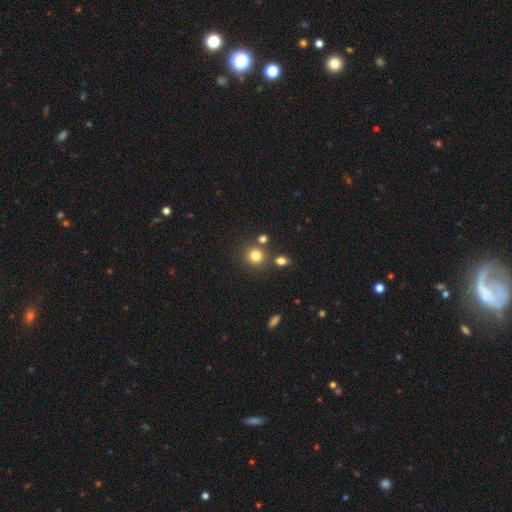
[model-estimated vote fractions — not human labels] Smooth or featured? smooth (80%)
How rounded? round (88%)
Merging? none (76%)